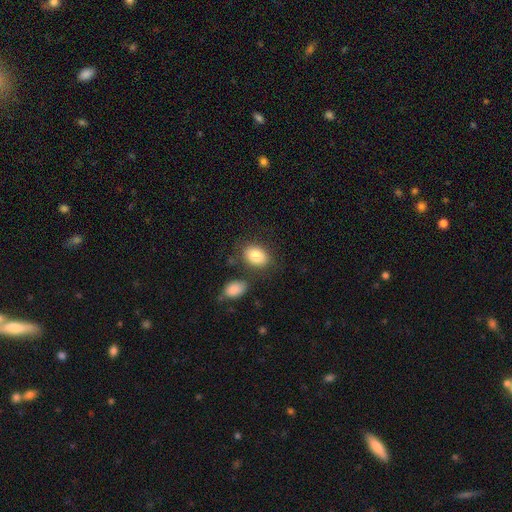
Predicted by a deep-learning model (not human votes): Smooth or featured?
  - smooth: 84% *
  - featured or disk: 9%
  - star or artifact: 7%
How rounded?
  - in between: 80% *
  - round: 19%
  - cigar-shaped: 1%
Merging?
  - none: 71% *
  - minor disturbance: 14%
  - merger: 10%
  - major disturbance: 5%